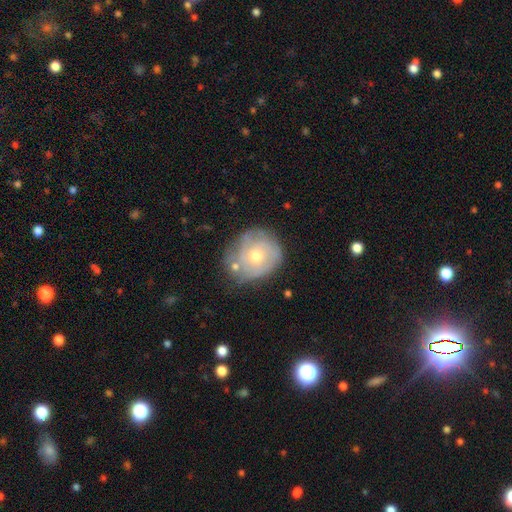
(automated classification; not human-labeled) Q: Smooth or featured?
A: featured or disk (54%); runner-up: smooth (38%)
Q: Edge-on disk?
A: no (96%); runner-up: yes (4%)
Q: Bar?
A: no (86%); runner-up: weak (12%)
Q: Spiral arms?
A: yes (58%); runner-up: no (42%)
Q: Bulge size?
A: moderate (58%); runner-up: small (38%)
Q: Merging?
A: none (61%); runner-up: minor disturbance (24%)